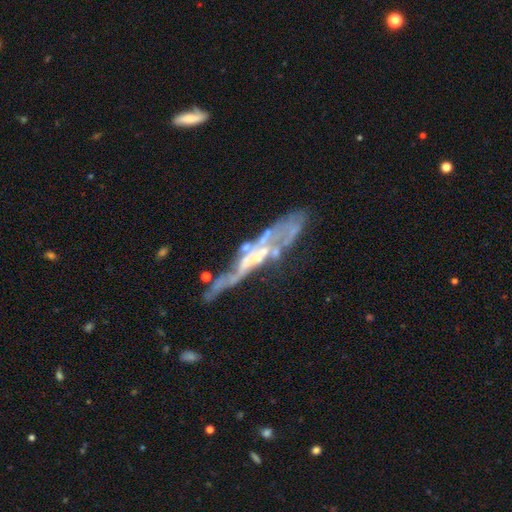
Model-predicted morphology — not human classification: A featured or disk galaxy (74%). Merging: none (33%).